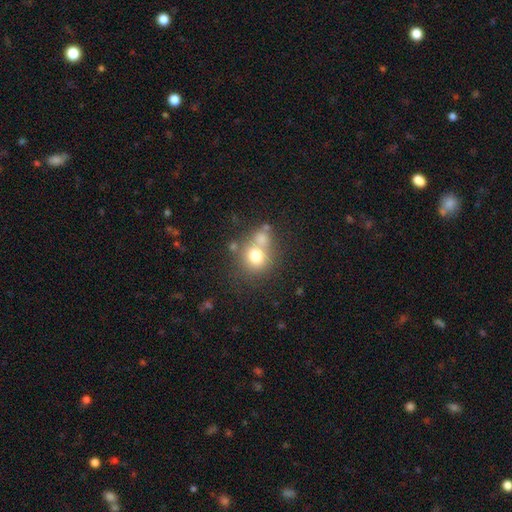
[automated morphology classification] Smooth or featured? smooth (72%)
How rounded? round (80%)
Merging? none (49%)